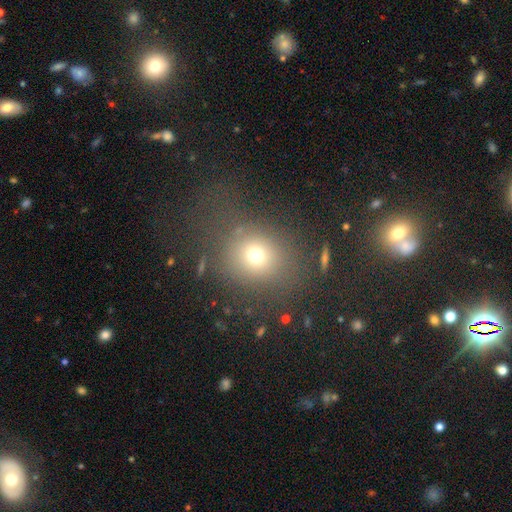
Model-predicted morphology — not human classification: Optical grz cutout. It shows a smooth galaxy with no disk features (69%) that is round (72%). Merging: none (69%).